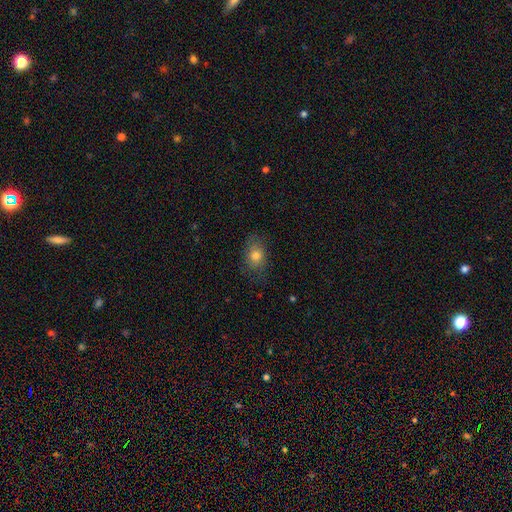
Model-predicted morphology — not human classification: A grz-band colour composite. It shows a smooth galaxy with no disk features (73%) that is in between round and cigar-shaped (72%). Merging: none (74%).